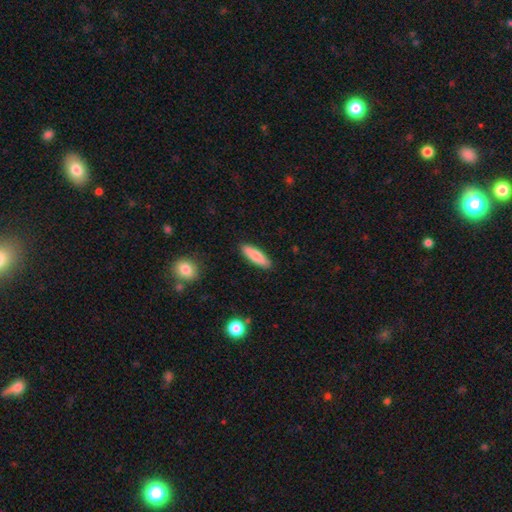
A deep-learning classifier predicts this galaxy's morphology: smooth-or-featured: smooth: 83% | featured or disk: 12% | star or artifact: 6%
  how-rounded: cigar-shaped: 61% | in between: 38% | round: 2%
  merging: none: 90% | minor disturbance: 7% | major disturbance: 2% | merger: 1%